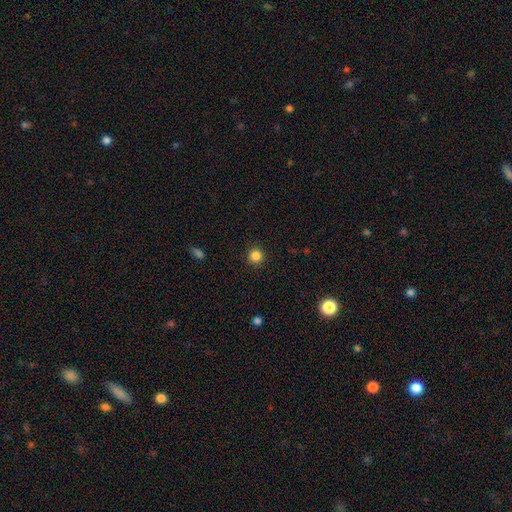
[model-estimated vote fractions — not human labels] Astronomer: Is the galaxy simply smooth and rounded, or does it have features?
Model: smooth — 85%.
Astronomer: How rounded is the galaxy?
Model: round — 95%.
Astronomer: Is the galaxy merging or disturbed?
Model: none — 91%.